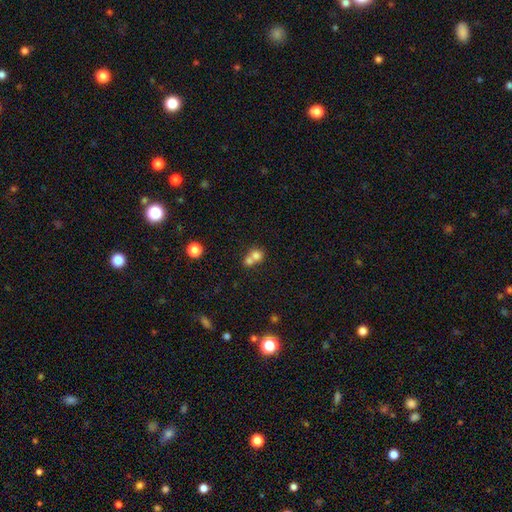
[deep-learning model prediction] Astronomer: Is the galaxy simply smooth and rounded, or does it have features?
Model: smooth — 74%.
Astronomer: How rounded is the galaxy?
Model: round — 74%.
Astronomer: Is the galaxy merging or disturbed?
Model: merger — 64%.